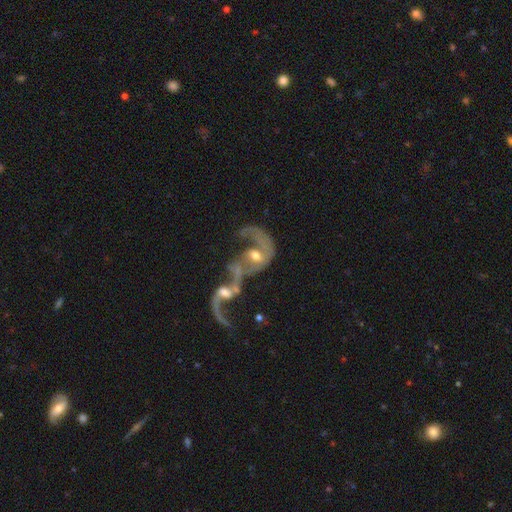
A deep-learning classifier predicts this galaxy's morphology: This appears to be a featured or disk galaxy (74%) with no bar (62%), 2 (46%) loose (78%) spiral arms (71%) and a moderate central bulge (60%). Merging: merger (70%).